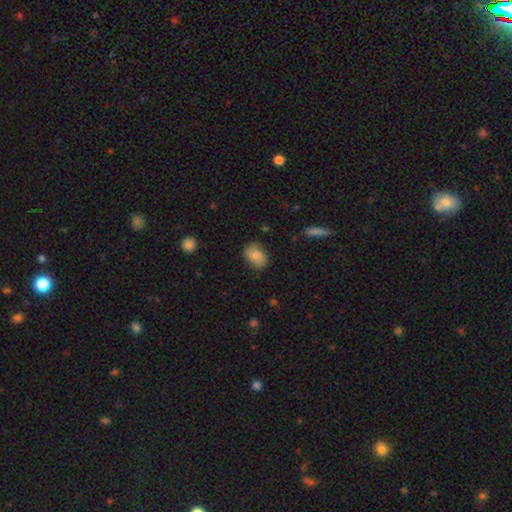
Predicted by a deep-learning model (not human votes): A smooth galaxy with no disk features (85%) that is in between round and cigar-shaped (73%). Merging: none (79%).